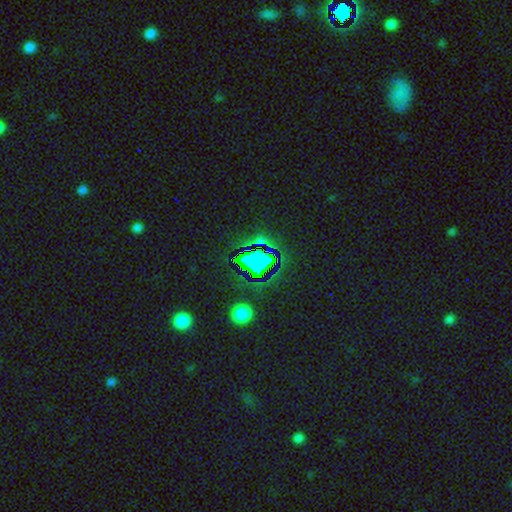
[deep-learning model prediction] The model was most divided on "smooth or featured": star or artifact: 78%, smooth: 14%, featured or disk: 8%.